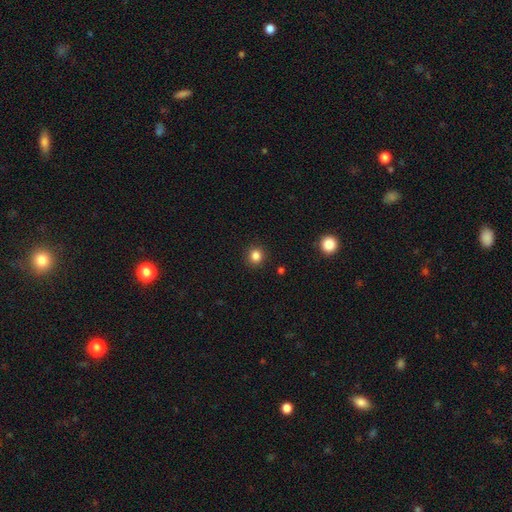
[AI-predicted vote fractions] A smooth galaxy with no disk features (84%) that is round (90%).

Vote fractions:
- Smooth or featured? smooth: 84% / star or artifact: 12% / featured or disk: 4%
- How rounded? round: 90% / in between: 9% / cigar-shaped: 1%
- Merging? none: 91% / minor disturbance: 6% / major disturbance: 2% / merger: 1%